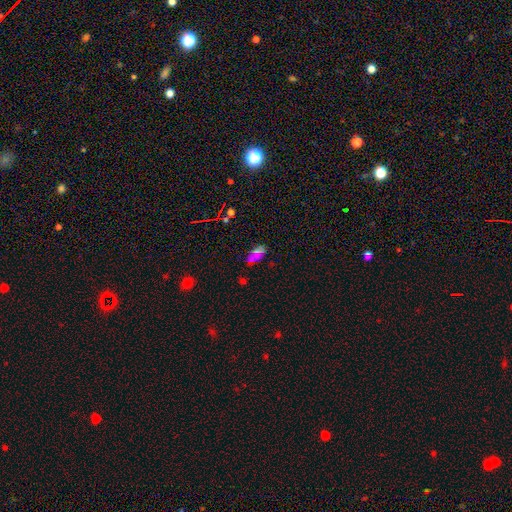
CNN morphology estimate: smooth 53%, star or artifact 33%, featured or disk 13%. Down the decision tree: how rounded — in between (85%); merging — none (74%).